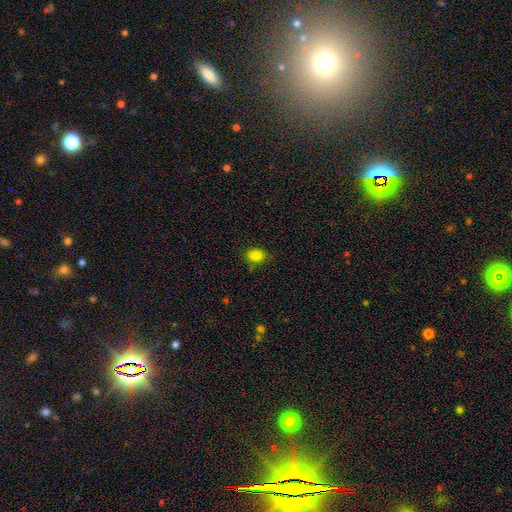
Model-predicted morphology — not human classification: This is clearly a smooth galaxy (84%). How rounded: likely in between (61%). Merging: likely none (77%).